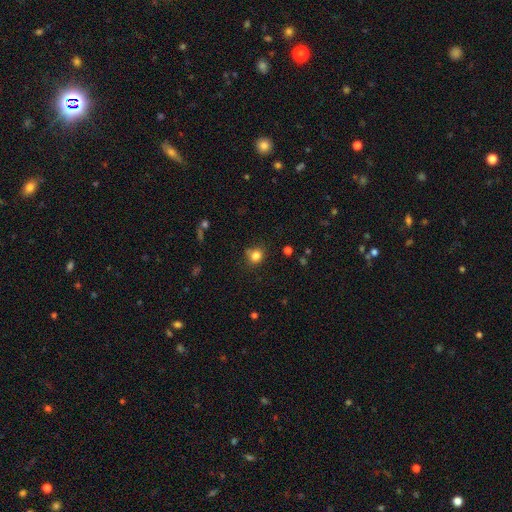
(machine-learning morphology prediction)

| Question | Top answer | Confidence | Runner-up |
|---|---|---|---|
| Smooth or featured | smooth | 82% | star or artifact (12%) |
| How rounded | round | 80% | in between (19%) |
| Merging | none | 73% | minor disturbance (17%) |